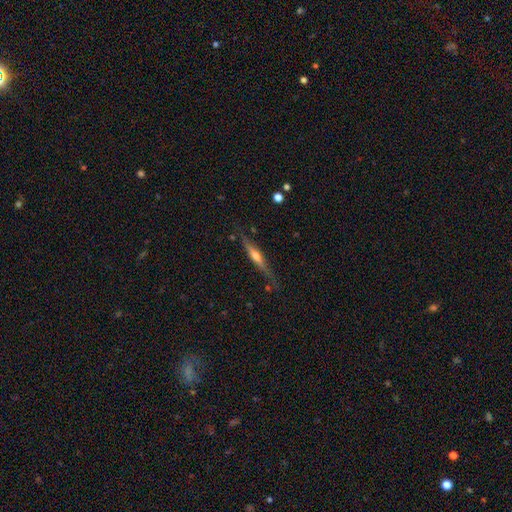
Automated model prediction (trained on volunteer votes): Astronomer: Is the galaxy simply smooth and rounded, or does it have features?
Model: featured or disk — 73%.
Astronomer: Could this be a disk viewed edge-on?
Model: yes — 97%.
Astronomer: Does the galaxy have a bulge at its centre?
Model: rounded — 83%.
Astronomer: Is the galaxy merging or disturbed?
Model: none — 82%.